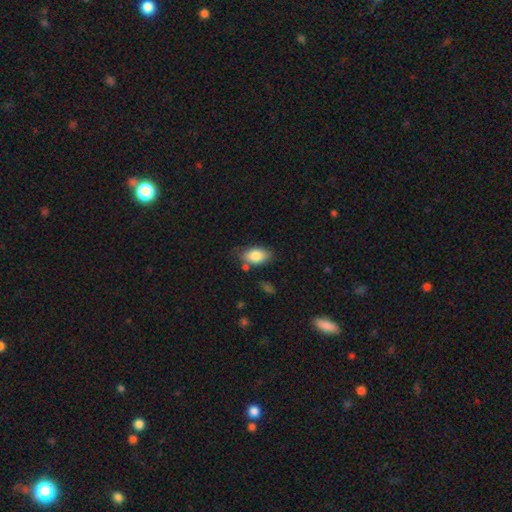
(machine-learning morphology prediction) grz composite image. It shows a smooth galaxy with no disk features (83%) that is in between round and cigar-shaped (91%). Merging: none (72%).